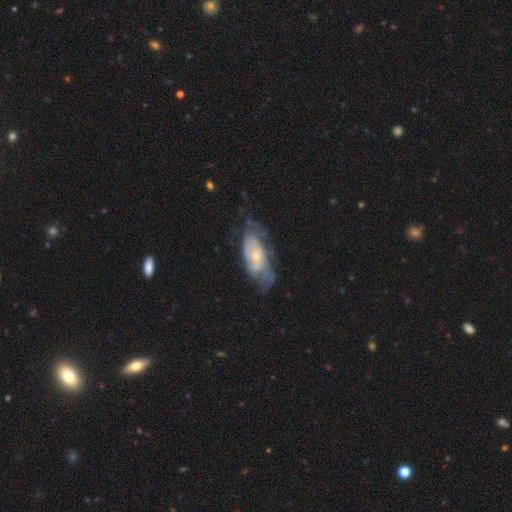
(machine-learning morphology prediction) Overall: featured or disk (65%; smooth 29%). Edge-on disk: no (90%). Bar: no (74%). Spiral arms: yes (63%; no 37%). Bulge size: small (62%; moderate 33%). Merging: none (45%; minor disturbance 30%).